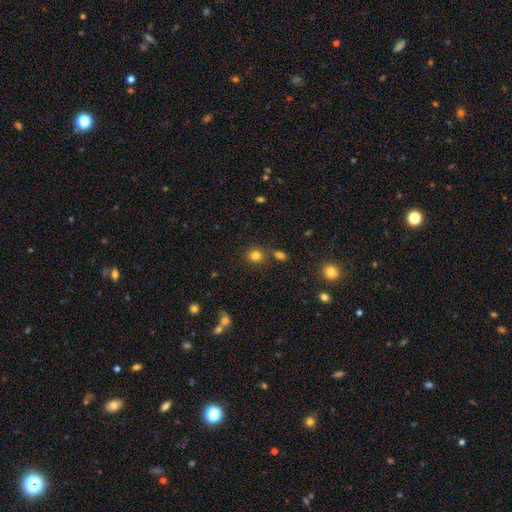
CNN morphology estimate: Smooth or featured: smooth — 81% (star or artifact — 13%)
How rounded: round — 82% (in between — 17%)
Merging: none — 78% (merger — 10%)